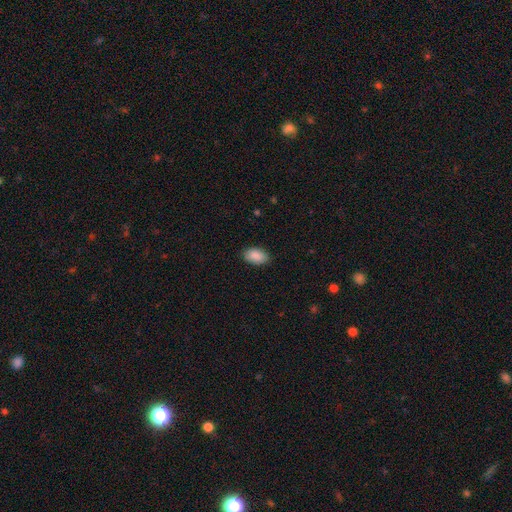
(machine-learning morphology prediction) Smooth or featured? smooth (90%)
How rounded? in between (93%)
Merging? none (86%)